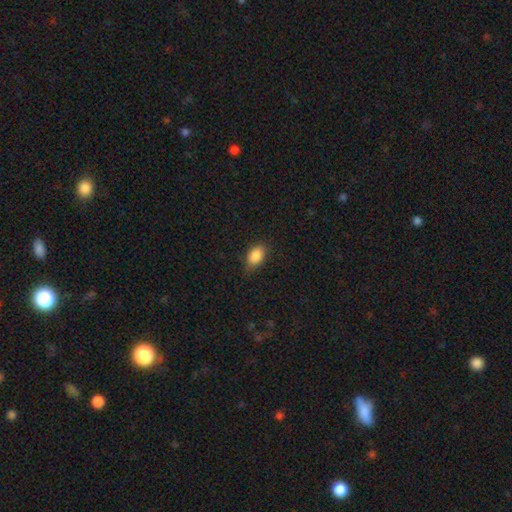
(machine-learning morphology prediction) This is clearly a smooth galaxy (87%). How rounded: clearly in between (86%). Merging: likely none (72%).